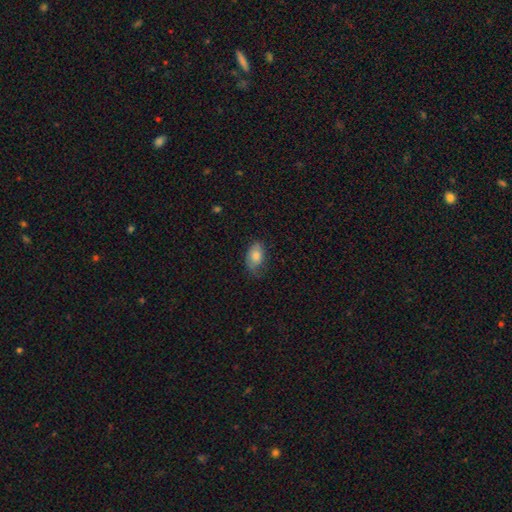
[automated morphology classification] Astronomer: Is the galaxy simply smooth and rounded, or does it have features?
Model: smooth — 78%.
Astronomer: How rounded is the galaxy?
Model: in between — 89%.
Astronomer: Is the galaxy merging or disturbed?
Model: none — 59%.